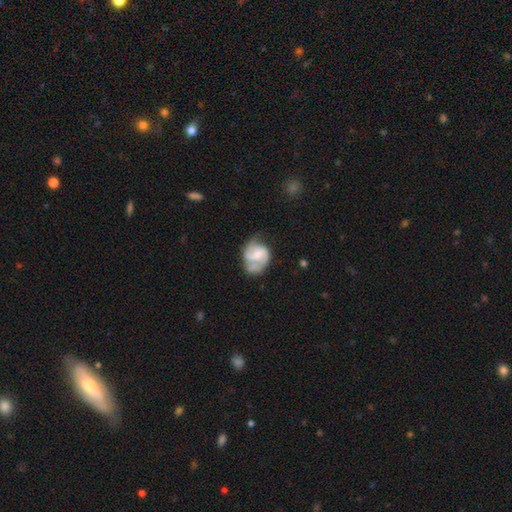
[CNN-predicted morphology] This is likely a featured or disk galaxy (69%). It is clearly not viewed edge-on (98%). Bar: possibly no (53%). Spiral arm pattern: clearly yes (87%). Spiral arm count: likely 2 (65%). Spiral winding: possibly medium (48%). Central bulge: marginally moderate (41%). Merging: marginally none (45%).